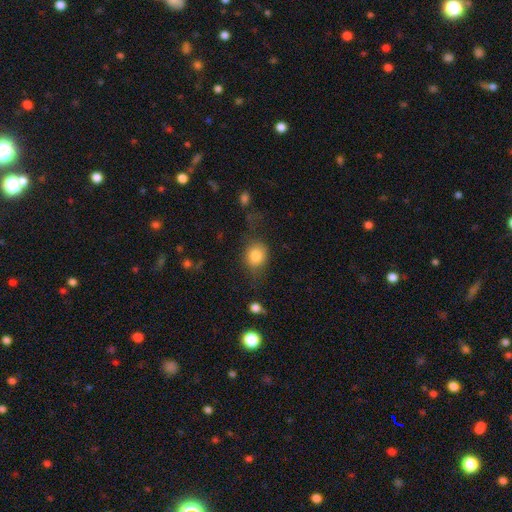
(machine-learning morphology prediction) Smooth or featured?
  - smooth: 81% *
  - featured or disk: 10%
  - star or artifact: 10%
How rounded?
  - round: 63% *
  - in between: 36%
  - cigar-shaped: 1%
Merging?
  - none: 59% *
  - minor disturbance: 23%
  - major disturbance: 15%
  - merger: 3%